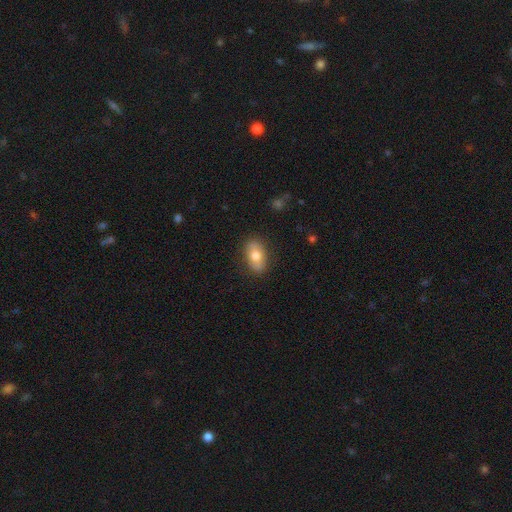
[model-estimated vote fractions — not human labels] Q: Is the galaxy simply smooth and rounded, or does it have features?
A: smooth — 72%.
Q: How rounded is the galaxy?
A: in between — 89%.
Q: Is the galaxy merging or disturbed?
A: none — 84%.